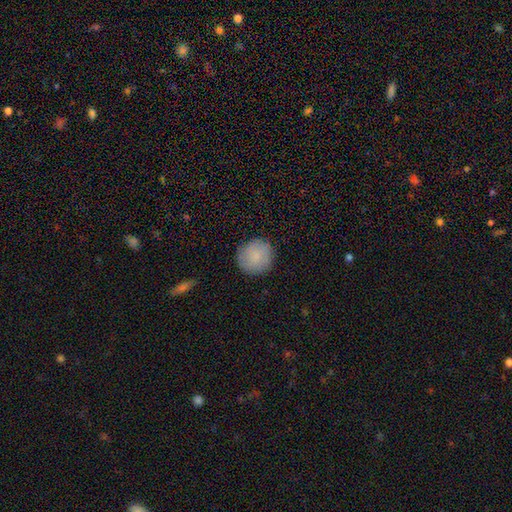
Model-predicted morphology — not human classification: Smooth or featured?
  - smooth: 85% *
  - featured or disk: 8%
  - star or artifact: 7%
How rounded?
  - round: 93% *
  - in between: 6%
  - cigar-shaped: 1%
Merging?
  - none: 89% *
  - minor disturbance: 8%
  - major disturbance: 2%
  - merger: 1%